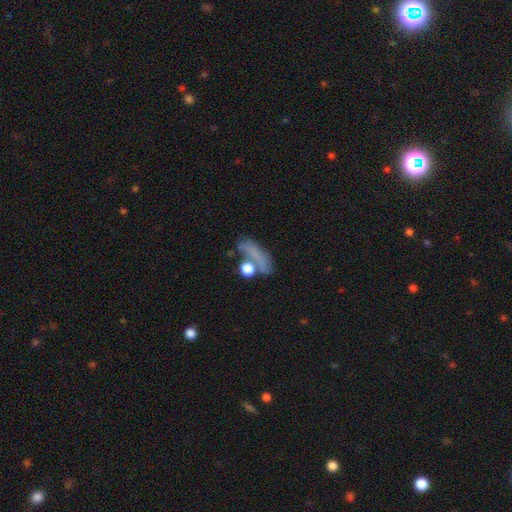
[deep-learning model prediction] A smooth galaxy with no disk features (59%) that is in between round and cigar-shaped (50%).

Vote fractions:
- Smooth or featured? smooth: 59% / featured or disk: 23% / star or artifact: 17%
- How rounded? in between: 50% / cigar-shaped: 30% / round: 21%
- Merging? none: 45% / major disturbance: 20% / minor disturbance: 18% / merger: 17%